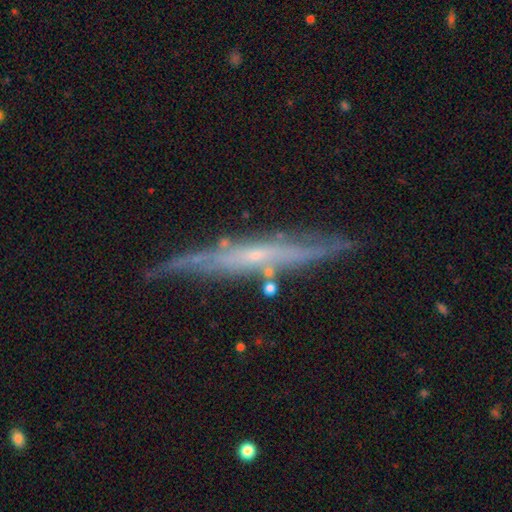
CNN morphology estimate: smooth-or-featured: featured or disk: 76% | smooth: 17% | star or artifact: 7%
  disk-edge-on: yes: 88% | no: 12%
    edge-on-bulge: none: 57% | rounded: 37% | boxy: 6%
  merging: none: 76% | minor disturbance: 17% | major disturbance: 3% | merger: 3%